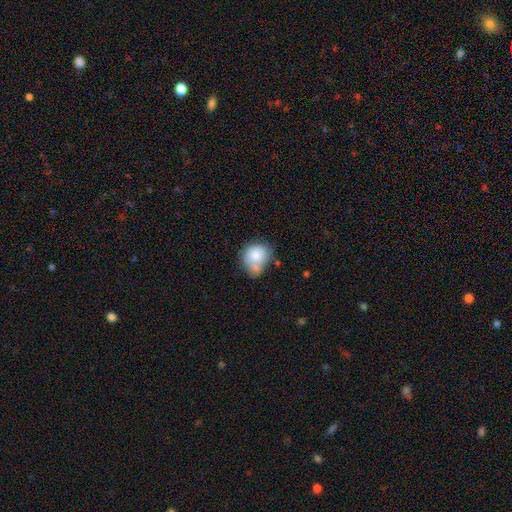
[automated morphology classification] smooth 79%, featured or disk 13%, star or artifact 8%. Down the decision tree: how rounded — round (61%); merging — none (36%).